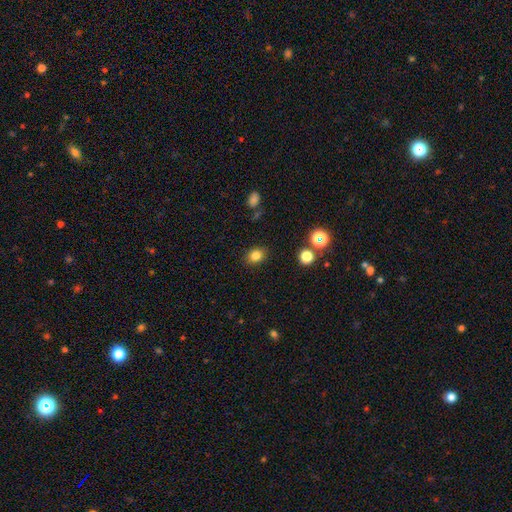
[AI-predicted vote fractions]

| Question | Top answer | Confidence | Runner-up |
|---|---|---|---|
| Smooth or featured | smooth | 81% | star or artifact (13%) |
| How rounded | round | 52% | in between (47%) |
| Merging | none | 86% | minor disturbance (9%) |